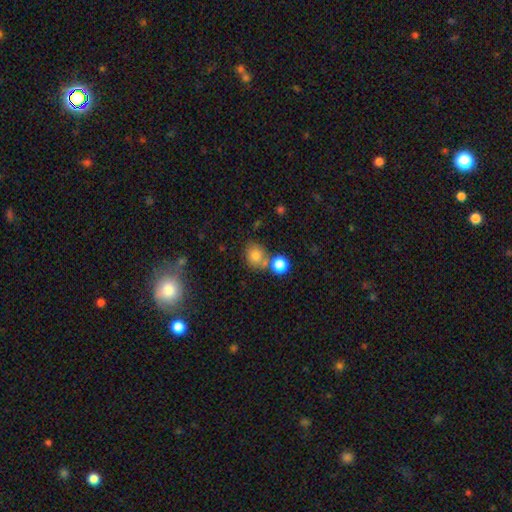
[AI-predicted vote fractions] A smooth galaxy with no disk features (78%) that is round (67%). Merging: none (59%).